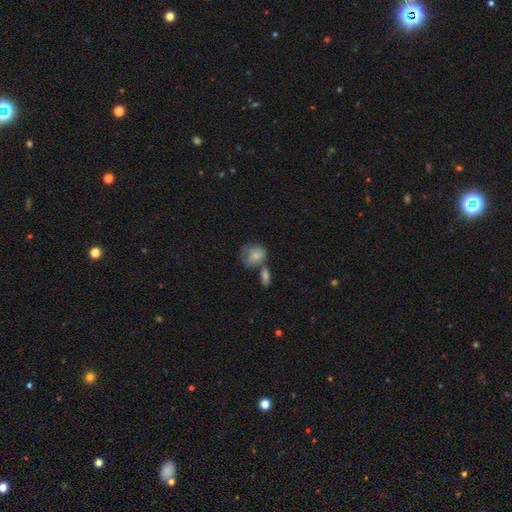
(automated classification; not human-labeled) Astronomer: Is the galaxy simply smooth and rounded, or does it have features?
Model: smooth — 72%.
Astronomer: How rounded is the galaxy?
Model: in between — 50% (runner-up: round, 48%).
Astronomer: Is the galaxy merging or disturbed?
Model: none — 35% (runner-up: merger, 29%).